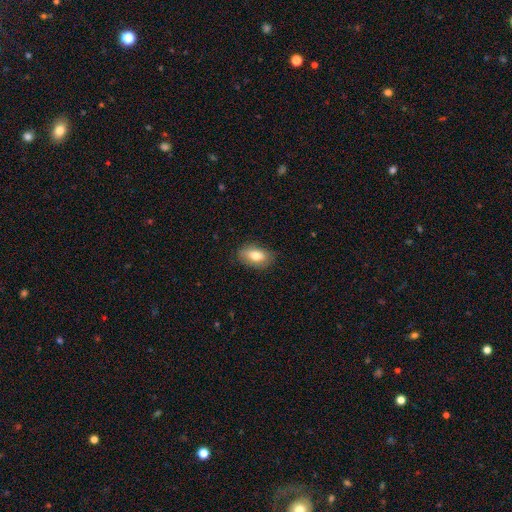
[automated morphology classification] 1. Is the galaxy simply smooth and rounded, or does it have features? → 79% smooth, 14% featured or disk, 7% star or artifact.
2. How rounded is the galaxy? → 89% in between, 8% round, 3% cigar-shaped.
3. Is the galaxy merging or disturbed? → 81% none, 15% minor disturbance, 3% major disturbance, 1% merger.